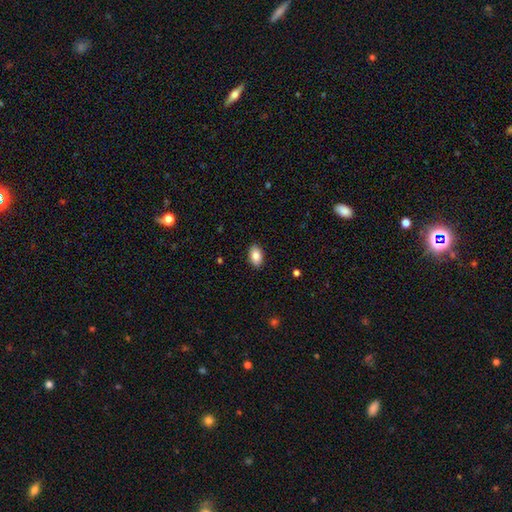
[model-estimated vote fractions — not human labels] smooth 86%, star or artifact 7%, featured or disk 7%. Down the decision tree: how rounded — in between (92%); merging — none (89%).